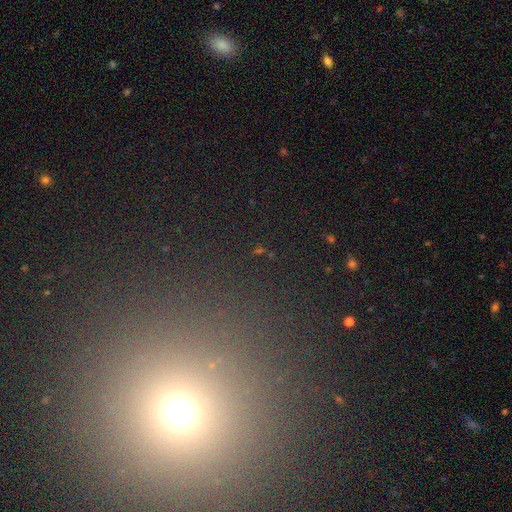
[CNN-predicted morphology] This is possibly a smooth galaxy (49%). Merging: clearly none (89%).